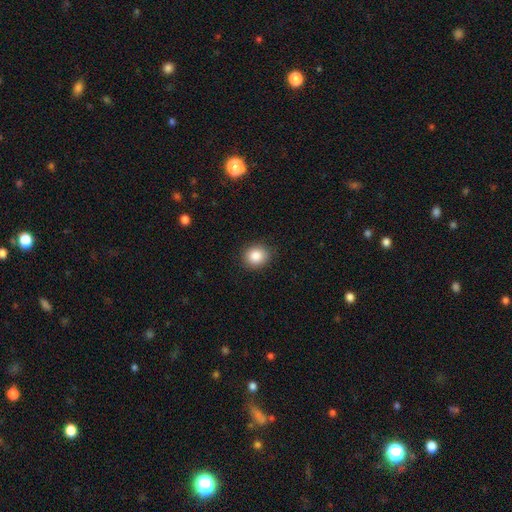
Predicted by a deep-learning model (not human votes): Smooth or featured? Predicted: smooth (p=0.86). How rounded? Predicted: round (p=0.81). Merging? Predicted: none (p=0.89).